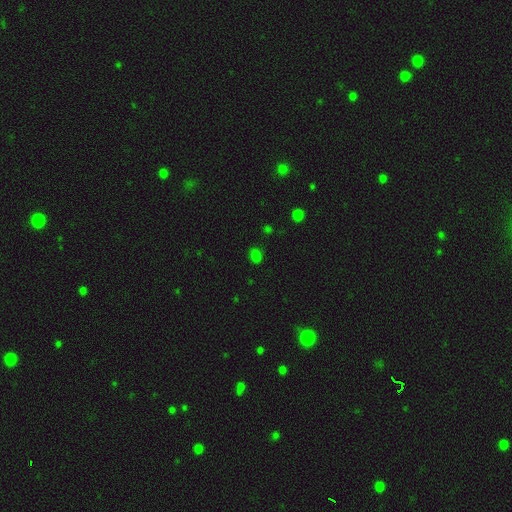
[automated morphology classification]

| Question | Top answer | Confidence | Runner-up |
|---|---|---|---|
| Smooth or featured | smooth | 73% | star or artifact (23%) |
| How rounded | in between | 61% | round (38%) |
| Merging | none | 82% | minor disturbance (12%) |